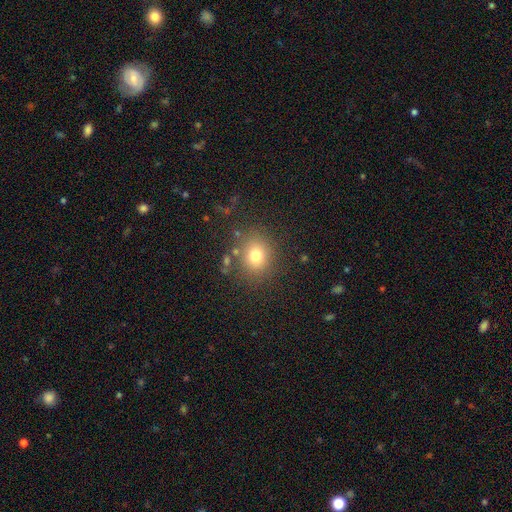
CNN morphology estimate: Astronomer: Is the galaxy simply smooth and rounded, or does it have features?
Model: smooth — 75%.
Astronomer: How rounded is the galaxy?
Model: round — 74%.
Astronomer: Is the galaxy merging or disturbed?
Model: none — 80%.